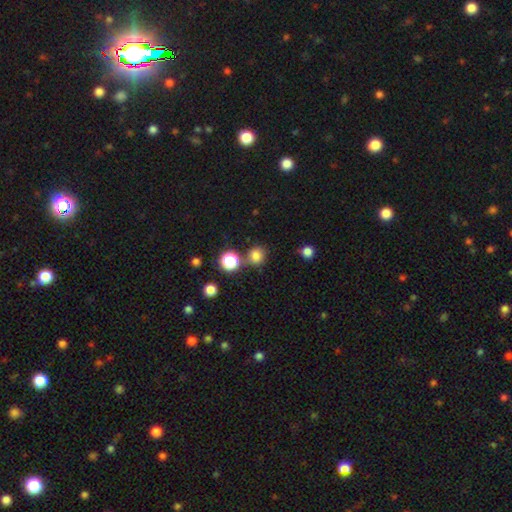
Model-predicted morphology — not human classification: smooth 78%, star or artifact 16%, featured or disk 5%. Down the decision tree: how rounded — round (80%); merging — none (71%).